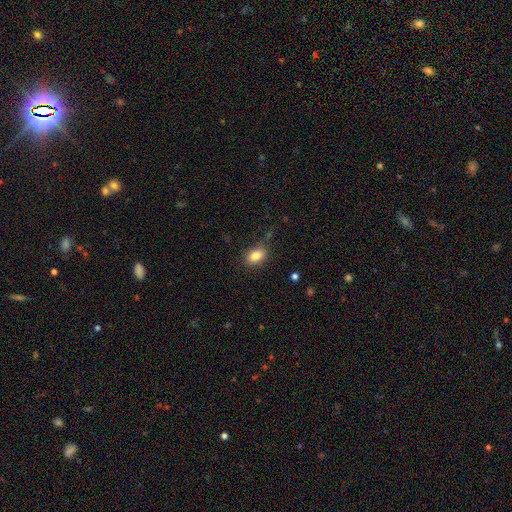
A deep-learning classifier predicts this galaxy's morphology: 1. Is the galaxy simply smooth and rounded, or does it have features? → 84% smooth, 9% star or artifact, 7% featured or disk.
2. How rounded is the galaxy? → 80% in between, 18% round, 1% cigar-shaped.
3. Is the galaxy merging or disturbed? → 80% none, 14% minor disturbance, 4% major disturbance, 2% merger.